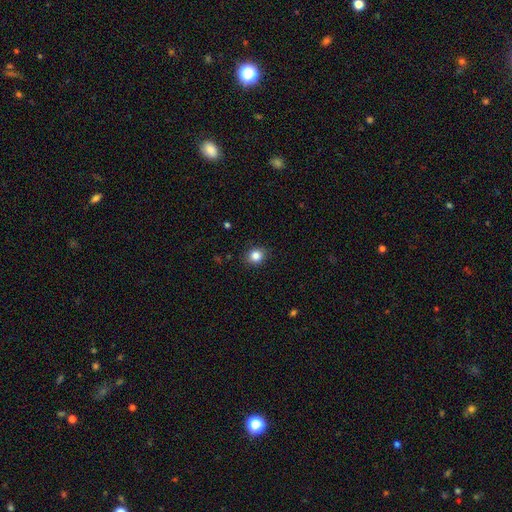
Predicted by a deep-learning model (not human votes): Smooth or featured? smooth (85%)
How rounded? round (72%)
Merging? none (88%)